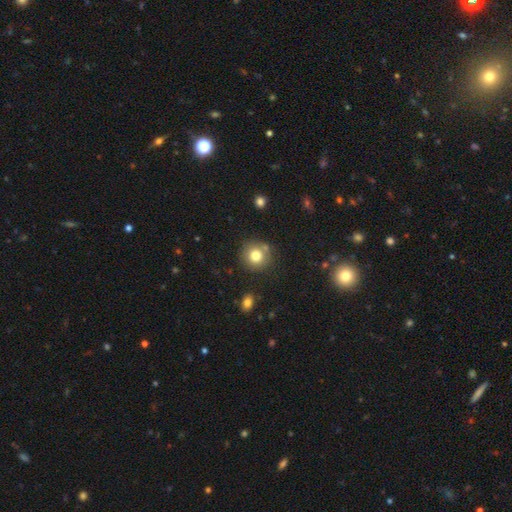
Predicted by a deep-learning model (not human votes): Overall: smooth (79%). How rounded: round (91%). Merging: none (78%).